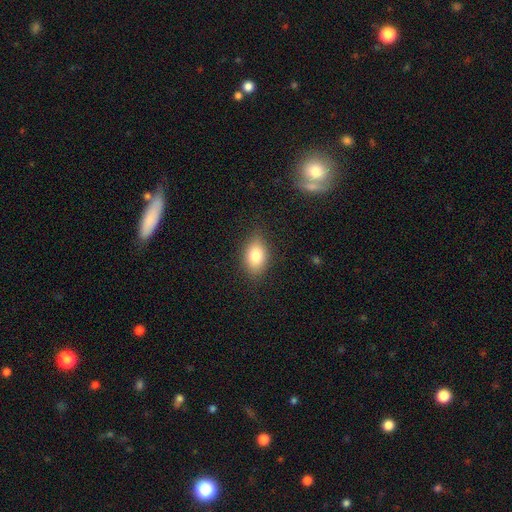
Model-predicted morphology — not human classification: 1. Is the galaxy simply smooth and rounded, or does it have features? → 80% smooth, 11% featured or disk, 9% star or artifact.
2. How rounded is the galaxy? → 85% in between, 13% round, 2% cigar-shaped.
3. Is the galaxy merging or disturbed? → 83% none, 13% minor disturbance, 3% major disturbance, 1% merger.